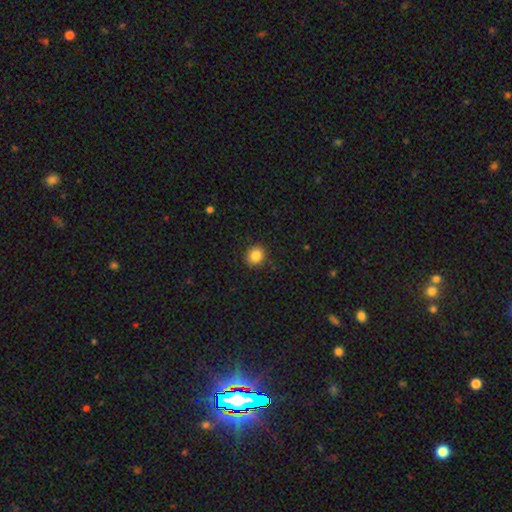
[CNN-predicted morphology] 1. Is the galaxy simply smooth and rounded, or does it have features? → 86% smooth, 10% star or artifact, 4% featured or disk.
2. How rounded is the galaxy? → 81% round, 18% in between, 1% cigar-shaped.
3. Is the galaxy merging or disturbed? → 91% none, 6% minor disturbance, 2% major disturbance, 1% merger.